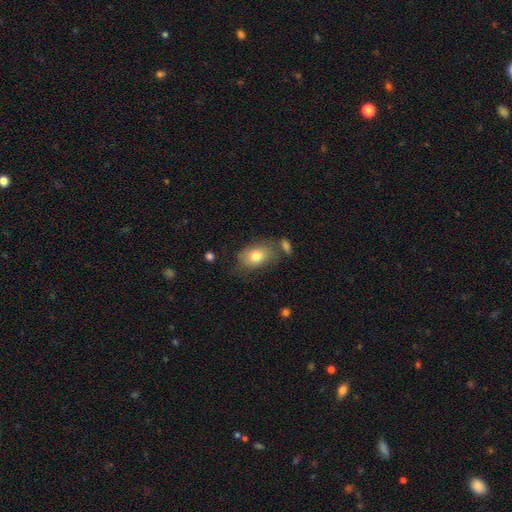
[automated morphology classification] Smooth or featured: smooth — 79% (featured or disk — 14%)
How rounded: in between — 83% (round — 16%)
Merging: none — 64% (minor disturbance — 20%)